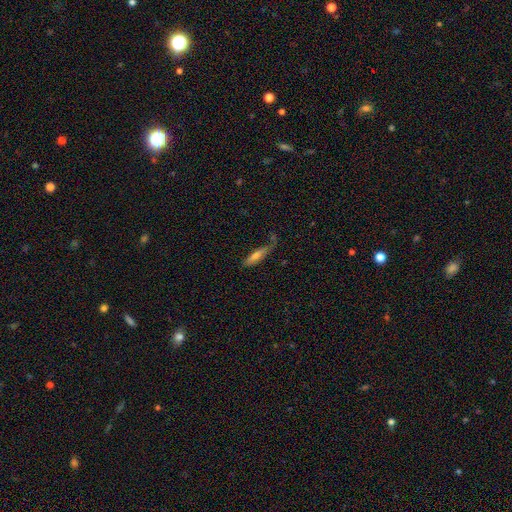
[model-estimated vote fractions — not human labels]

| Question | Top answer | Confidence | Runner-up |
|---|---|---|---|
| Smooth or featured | smooth | 56% | featured or disk (36%) |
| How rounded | cigar-shaped | 79% | in between (19%) |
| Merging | none | 55% | minor disturbance (26%) |